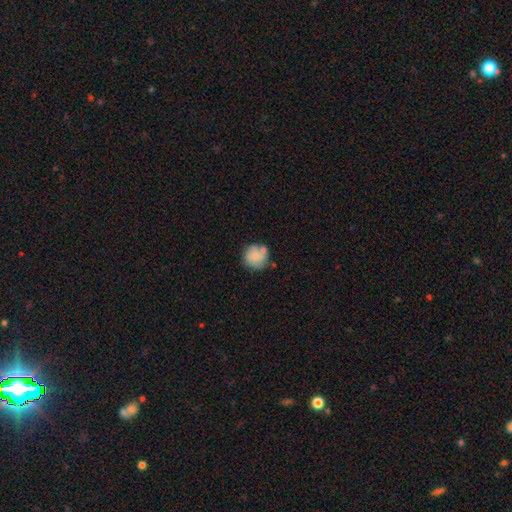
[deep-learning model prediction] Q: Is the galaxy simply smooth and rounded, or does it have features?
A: smooth — 77%.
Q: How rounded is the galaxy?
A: round — 91%.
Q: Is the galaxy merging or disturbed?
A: none — 63%.